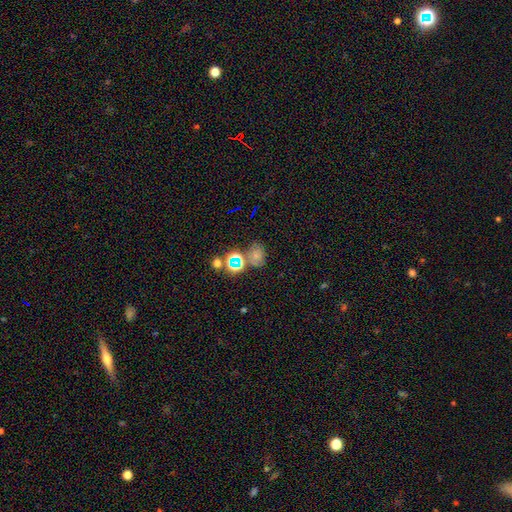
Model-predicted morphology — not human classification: Smooth or featured? smooth (54%)
How rounded? round (51%)
Merging? none (59%)